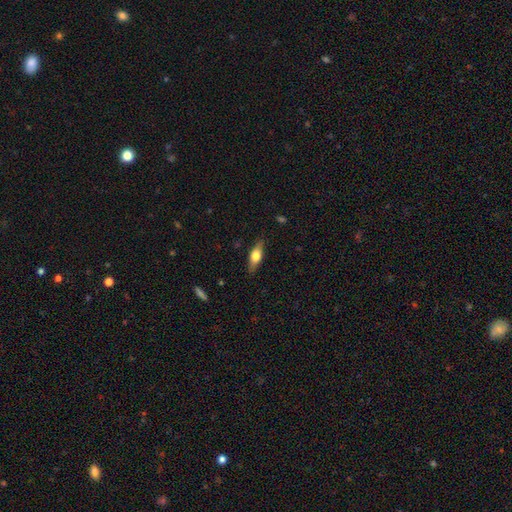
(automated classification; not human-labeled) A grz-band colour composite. It shows a smooth galaxy with no disk features (56%) that is in between round and cigar-shaped (58%). Merging: none (84%).